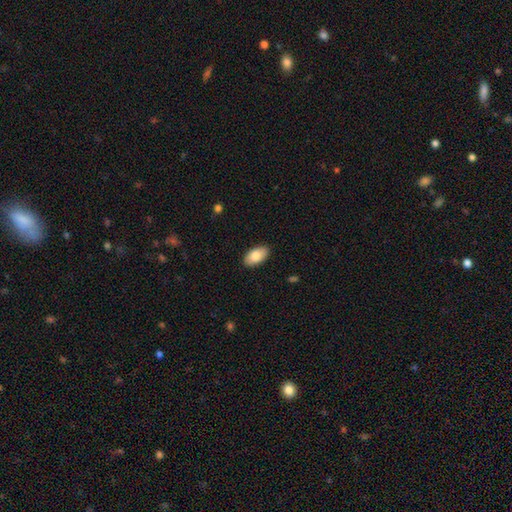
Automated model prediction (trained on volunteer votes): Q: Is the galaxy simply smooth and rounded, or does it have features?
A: smooth — 85%.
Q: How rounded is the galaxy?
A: in between — 95%.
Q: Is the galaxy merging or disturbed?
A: none — 89%.